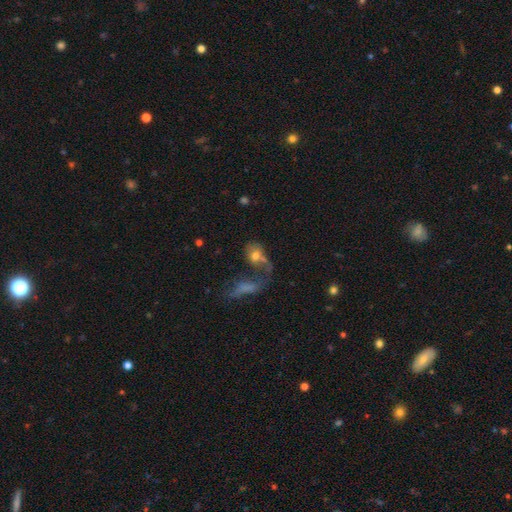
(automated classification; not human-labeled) Smooth or featured: smooth — 59% (featured or disk — 29%)
How rounded: in between — 64% (round — 32%)
Merging: merger — 46% (major disturbance — 24%)